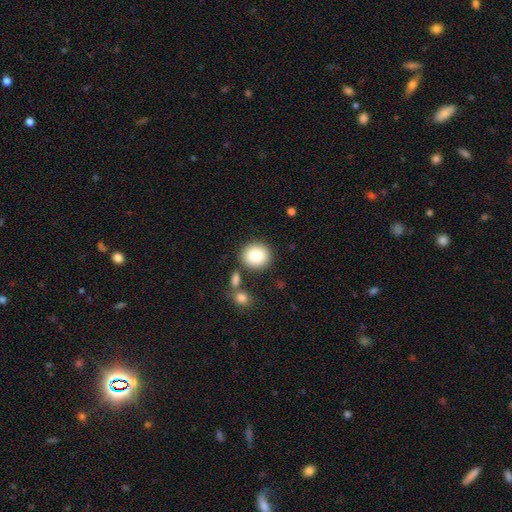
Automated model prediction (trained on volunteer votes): A smooth galaxy with no disk features (83%) that is round (85%). Merging: none (80%).